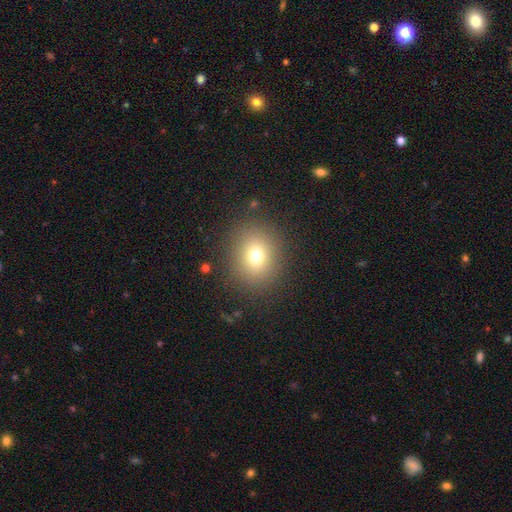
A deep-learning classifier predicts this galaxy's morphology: A smooth galaxy with no disk features (74%) that is round (75%).

Vote fractions:
- Smooth or featured? smooth: 74% / star or artifact: 15% / featured or disk: 11%
- How rounded? round: 75% / in between: 24% / cigar-shaped: 1%
- Merging? none: 87% / minor disturbance: 8% / major disturbance: 4% / merger: 1%